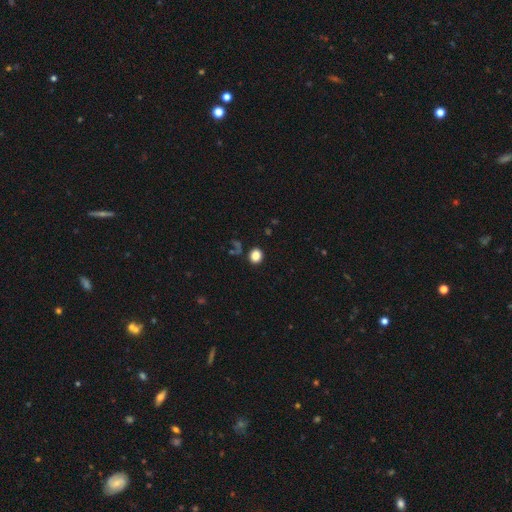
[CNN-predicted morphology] Overall: smooth (84%). How rounded: round (75%). Merging: none (83%).